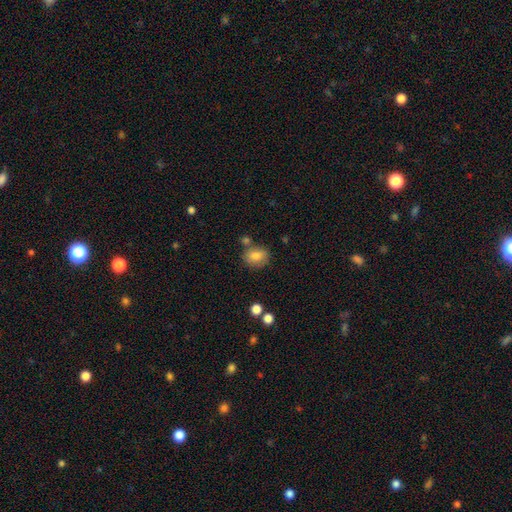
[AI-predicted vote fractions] Smooth or featured? smooth (82%)
How rounded? round (51%)
Merging? none (70%)